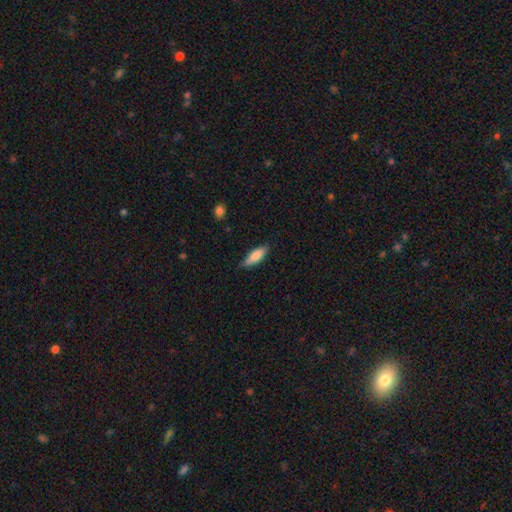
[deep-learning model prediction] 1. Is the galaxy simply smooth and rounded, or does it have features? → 79% smooth, 15% featured or disk, 6% star or artifact.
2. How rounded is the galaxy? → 57% in between, 41% cigar-shaped, 2% round.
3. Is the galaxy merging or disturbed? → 76% none, 20% minor disturbance, 3% major disturbance, 1% merger.